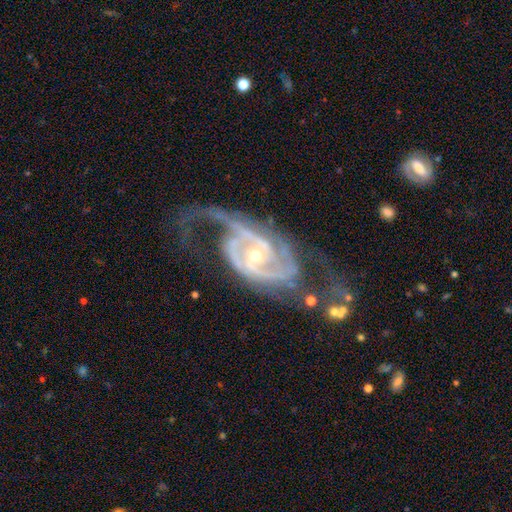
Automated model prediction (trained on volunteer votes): Smooth or featured? Predicted: featured or disk (p=0.93). Edge-on disk? Predicted: no (p=0.97). Bar? Predicted: no (p=0.49). Spiral arms? Predicted: yes (p=0.98). Spiral winding? Predicted: medium (p=0.46). Spiral arm count? Predicted: 2 (p=0.61). Bulge size? Predicted: small (p=0.56). Merging? Predicted: none (p=0.48).